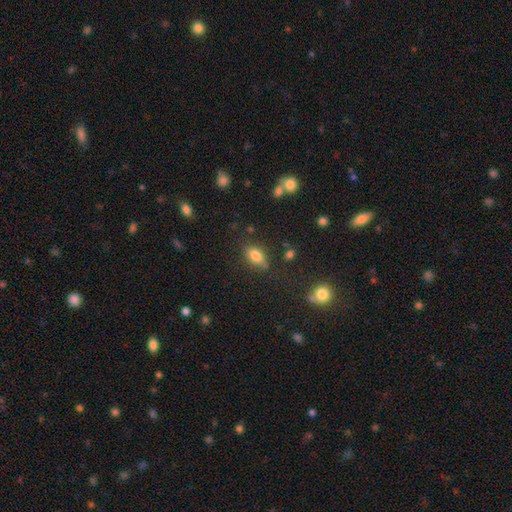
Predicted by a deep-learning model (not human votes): Q: Smooth or featured?
A: smooth (80%); runner-up: star or artifact (10%)
Q: How rounded?
A: in between (84%); runner-up: round (10%)
Q: Merging?
A: none (74%); runner-up: minor disturbance (17%)